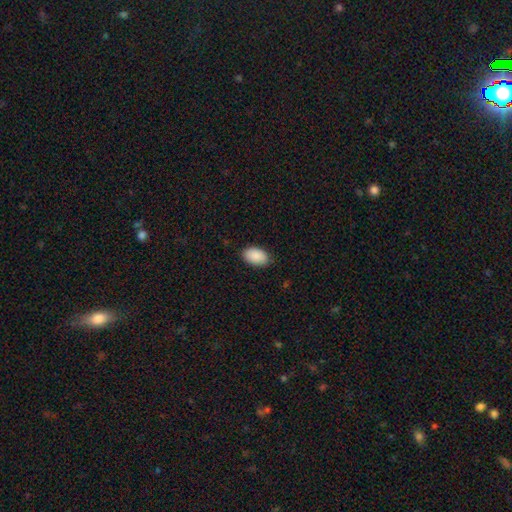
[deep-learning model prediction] Smooth or featured?
  - smooth: 91% *
  - star or artifact: 6%
  - featured or disk: 3%
How rounded?
  - in between: 93% *
  - round: 6%
  - cigar-shaped: 1%
Merging?
  - none: 85% *
  - minor disturbance: 11%
  - major disturbance: 2%
  - merger: 1%